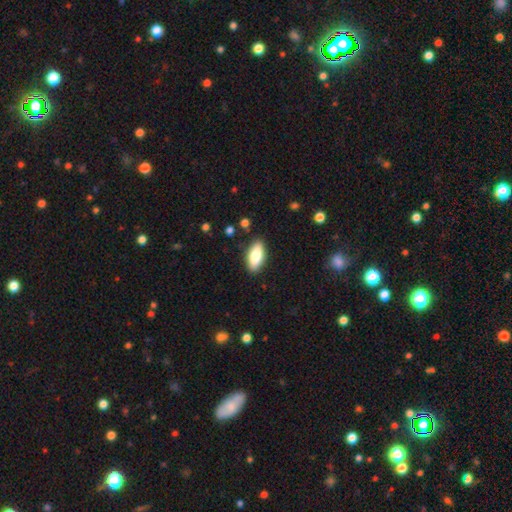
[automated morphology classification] smooth_or_featured: smooth (p=0.80) [alt: featured or disk p=0.14]
how_rounded: in between (p=0.86) [alt: cigar-shaped p=0.12]
merging: none (p=0.88) [alt: minor disturbance p=0.09]